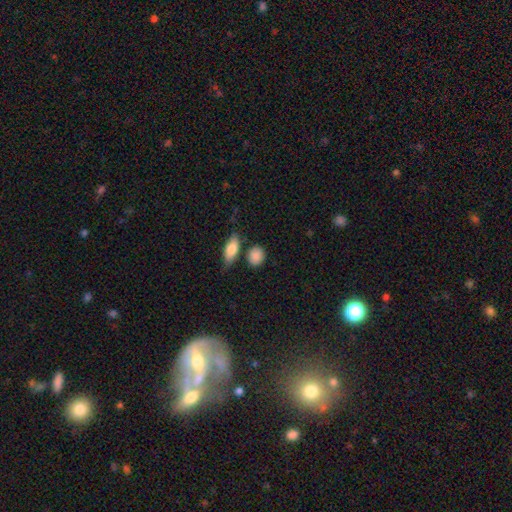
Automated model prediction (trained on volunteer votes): Overall: smooth (87%). How rounded: round (60%; in between 36%). Merging: none (74%).